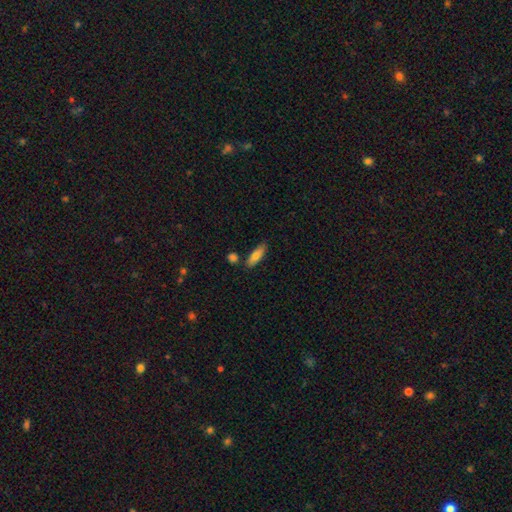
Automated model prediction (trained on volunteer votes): Morphology: type=smooth (80%); roundness=in between (54%); merging=none (79%).